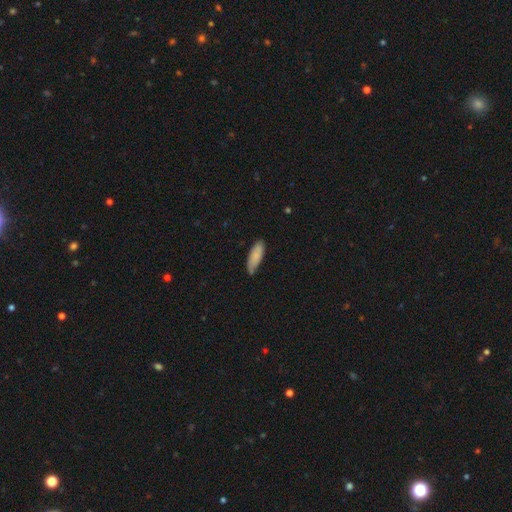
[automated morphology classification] The model was most divided on "how rounded": in between: 57%, cigar-shaped: 41%, round: 2%. More confident: smooth or featured — smooth (84%); merging — none (69%).